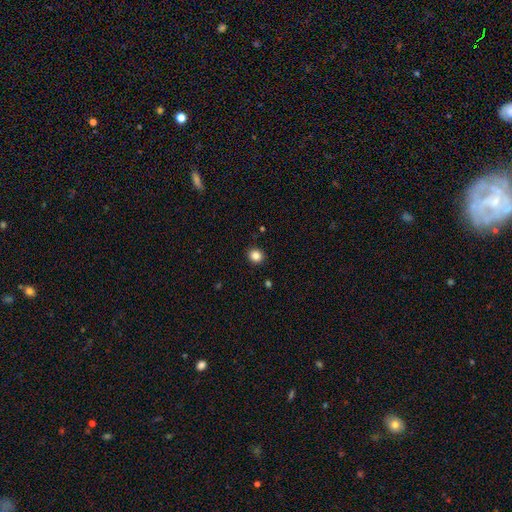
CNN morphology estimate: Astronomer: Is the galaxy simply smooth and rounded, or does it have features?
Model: smooth — 85%.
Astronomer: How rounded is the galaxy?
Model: round — 82%.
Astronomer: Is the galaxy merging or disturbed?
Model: none — 91%.